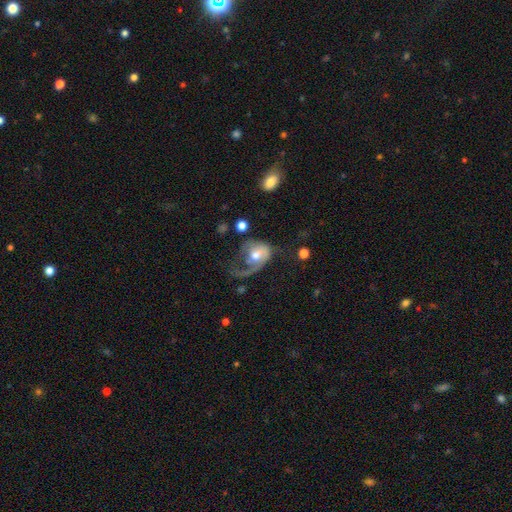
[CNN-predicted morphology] Q: Smooth or featured?
A: featured or disk (63%); runner-up: smooth (30%)
Q: Edge-on disk?
A: no (97%); runner-up: yes (3%)
Q: Bar?
A: no (61%); runner-up: weak (31%)
Q: Spiral arms?
A: yes (77%); runner-up: no (23%)
Q: Bulge size?
A: moderate (68%); runner-up: small (17%)
Q: Merging?
A: major disturbance (54%); runner-up: none (24%)